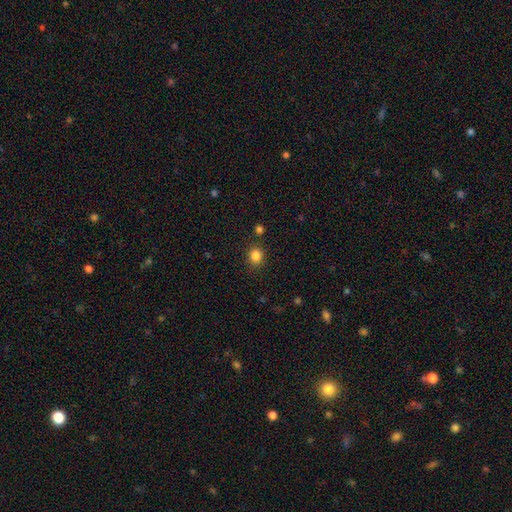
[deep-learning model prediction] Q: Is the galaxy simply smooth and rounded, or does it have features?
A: smooth — 84%.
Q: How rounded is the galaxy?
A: round — 78%.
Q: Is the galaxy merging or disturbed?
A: none — 84%.